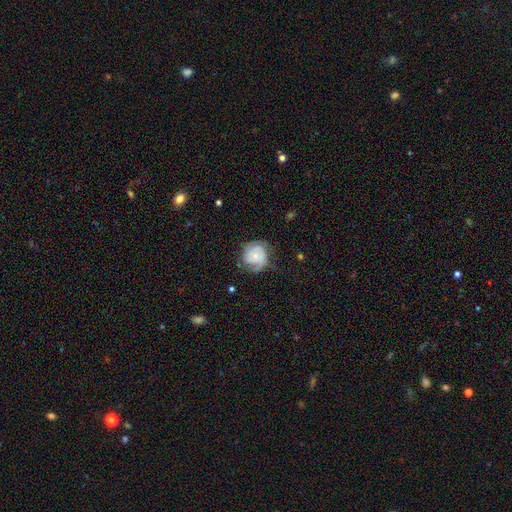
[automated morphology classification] type=featured or disk (61%); edge-on=no (98%); bar=no (75%); spiral arms=yes (86%); winding=tight (56%); arm count=2 (43%); bulge=small (65%); merging=none (59%).